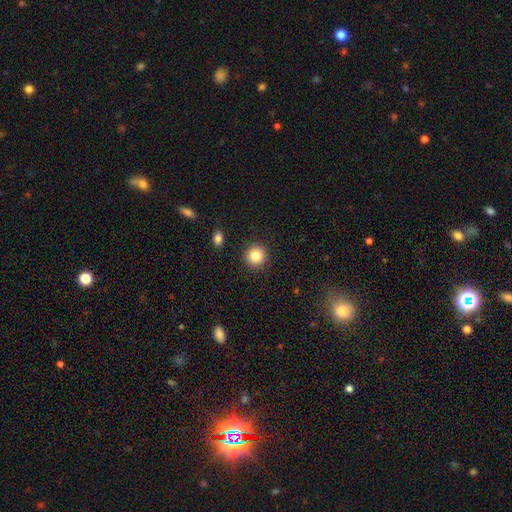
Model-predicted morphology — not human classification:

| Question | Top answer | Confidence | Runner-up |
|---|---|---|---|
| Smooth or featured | smooth | 85% | star or artifact (10%) |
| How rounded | round | 92% | in between (7%) |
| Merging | none | 91% | minor disturbance (5%) |